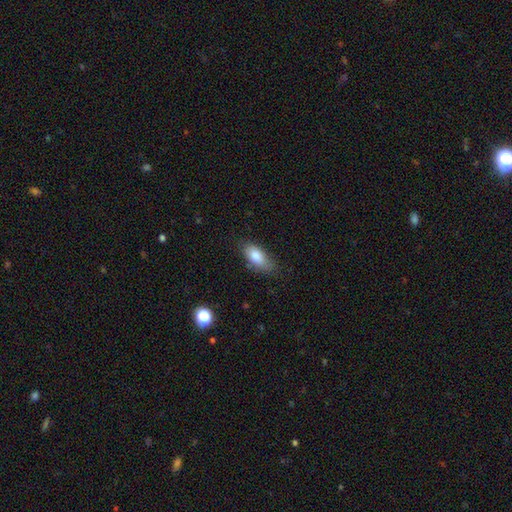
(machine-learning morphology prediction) smooth_or_featured: smooth (p=0.83) [alt: featured or disk p=0.10]
how_rounded: in between (p=0.86) [alt: cigar-shaped p=0.11]
merging: none (p=0.70) [alt: minor disturbance p=0.24]